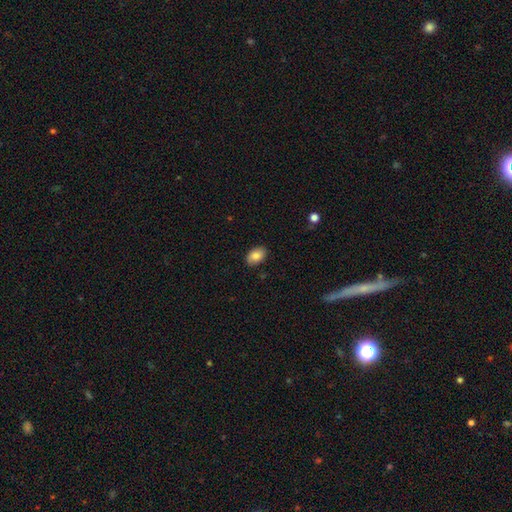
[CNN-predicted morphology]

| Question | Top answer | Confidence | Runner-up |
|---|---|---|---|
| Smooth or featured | smooth | 84% | featured or disk (8%) |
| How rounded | in between | 89% | round (10%) |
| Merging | none | 88% | minor disturbance (9%) |